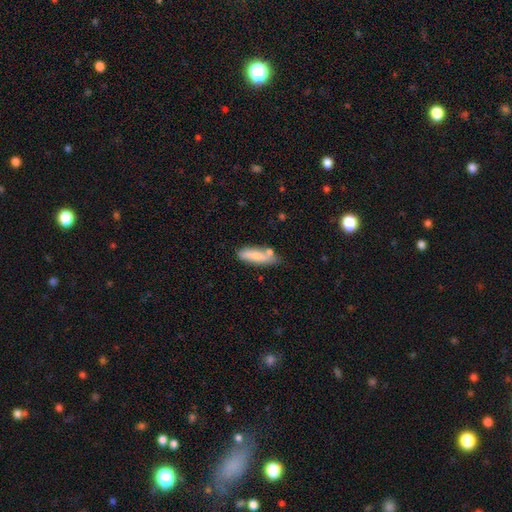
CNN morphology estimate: This is likely a smooth galaxy (72%). How rounded: possibly cigar-shaped (50%). Merging: likely none (63%).